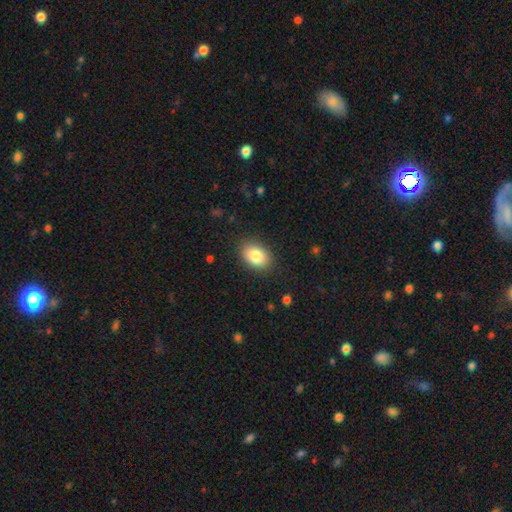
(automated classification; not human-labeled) Smooth or featured? smooth (85%)
How rounded? in between (80%)
Merging? none (86%)